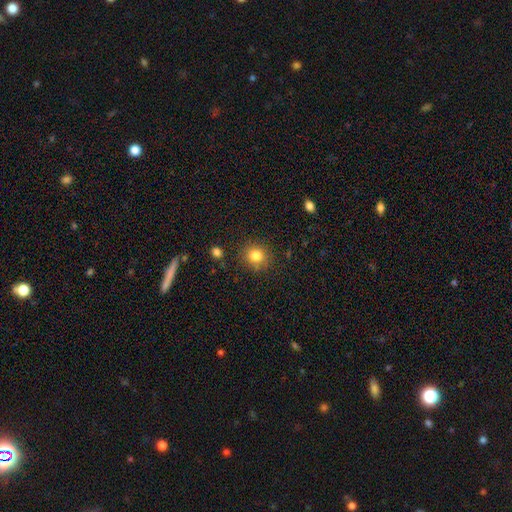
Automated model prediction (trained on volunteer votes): Q: Smooth or featured?
A: smooth (81%); runner-up: star or artifact (12%)
Q: How rounded?
A: round (86%); runner-up: in between (13%)
Q: Merging?
A: none (84%); runner-up: minor disturbance (10%)